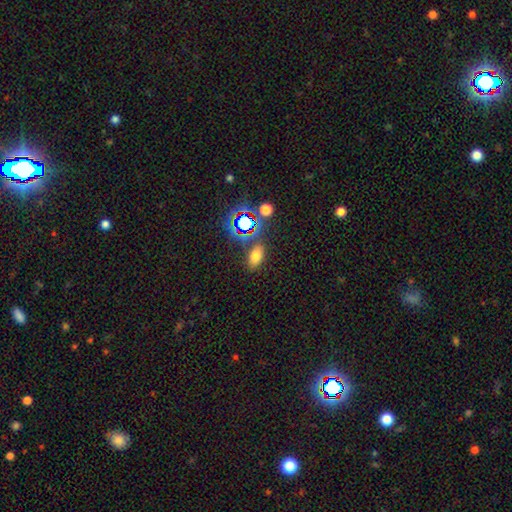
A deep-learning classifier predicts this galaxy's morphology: smooth_or_featured: smooth (p=0.68) [alt: star or artifact p=0.24]
how_rounded: in between (p=0.86) [alt: round p=0.10]
merging: none (p=0.80) [alt: minor disturbance p=0.10]